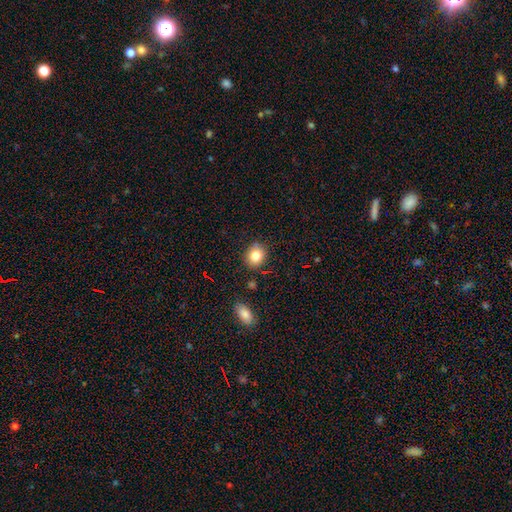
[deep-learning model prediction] Overall: smooth (83%). How rounded: round (63%; in between 36%). Merging: none (82%).